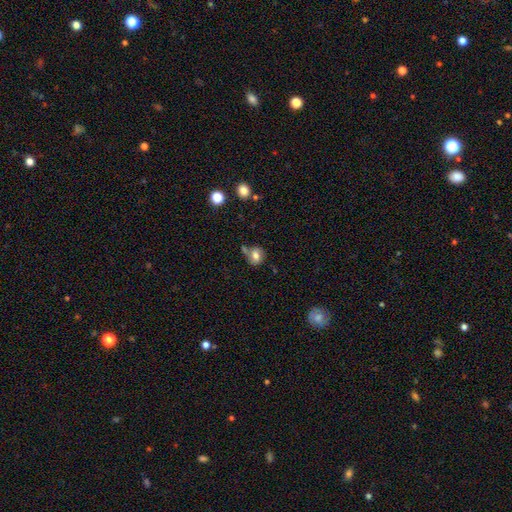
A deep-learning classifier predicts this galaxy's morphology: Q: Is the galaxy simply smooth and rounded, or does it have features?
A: smooth — 67%.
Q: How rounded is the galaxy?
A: round — 60%.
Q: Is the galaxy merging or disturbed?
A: none — 48%.